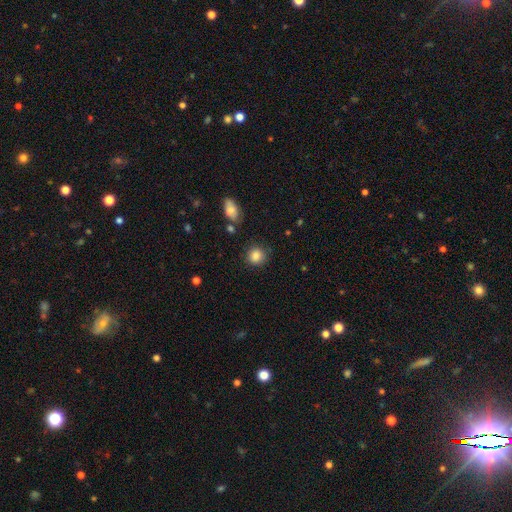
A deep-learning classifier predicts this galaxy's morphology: Smooth or featured? smooth (86%)
How rounded? round (83%)
Merging? none (83%)